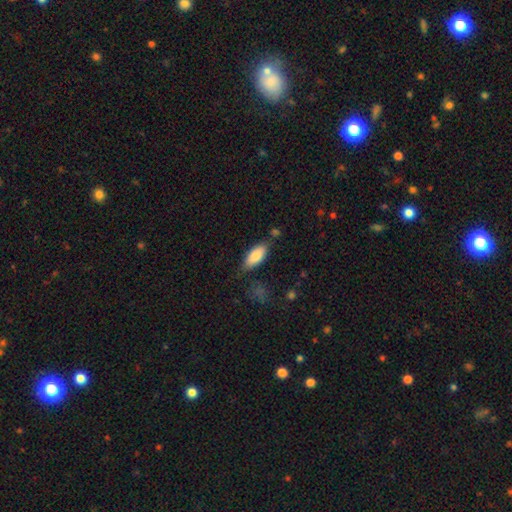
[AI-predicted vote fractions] Morphology: type=smooth (84%); roundness=in between (84%); merging=none (72%).